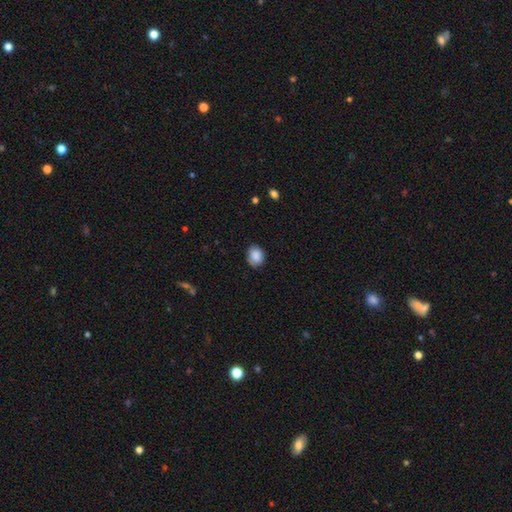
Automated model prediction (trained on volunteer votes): This appears to be a smooth galaxy with no disk features (87%) that is round (54%). Merging: none (80%).